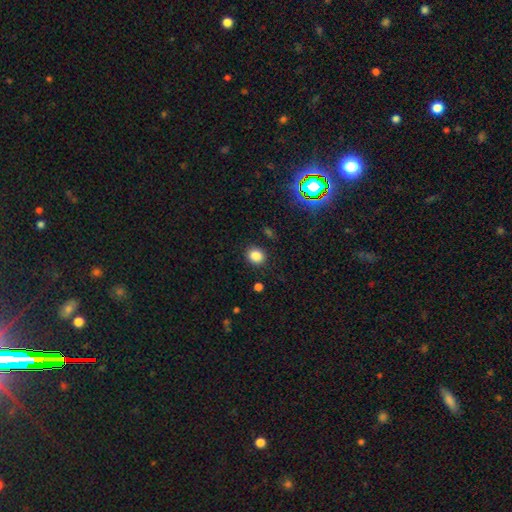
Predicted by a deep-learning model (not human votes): A smooth galaxy with no disk features (84%) that is round (74%).

Vote fractions:
- Smooth or featured? smooth: 84% / star or artifact: 11% / featured or disk: 4%
- How rounded? round: 74% / in between: 25% / cigar-shaped: 1%
- Merging? none: 88% / minor disturbance: 8% / major disturbance: 3% / merger: 2%